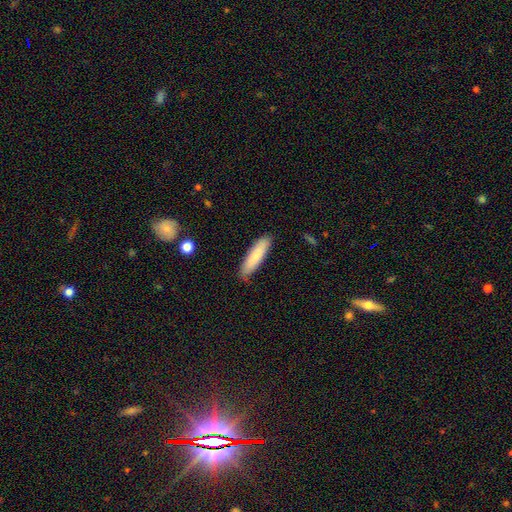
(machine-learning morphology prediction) This is likely a smooth galaxy (78%). How rounded: likely cigar-shaped (71%). Merging: clearly none (83%).